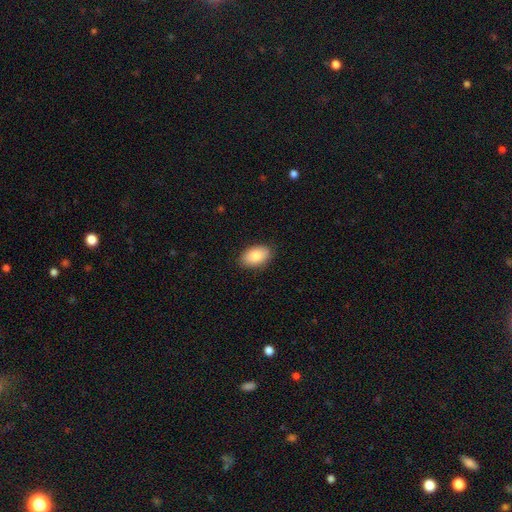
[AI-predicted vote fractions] Smooth or featured? Predicted: smooth (p=0.86). How rounded? Predicted: in between (p=0.91). Merging? Predicted: none (p=0.87).